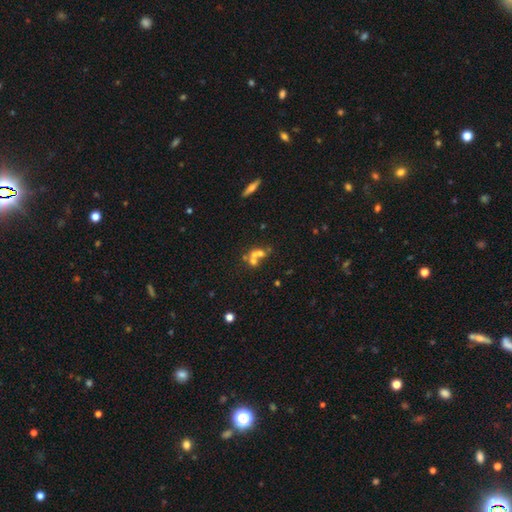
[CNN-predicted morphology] smooth-or-featured: smooth: 46% | featured or disk: 33% | star or artifact: 21%
  merging: merger: 58% | none: 29% | minor disturbance: 7% | major disturbance: 6%